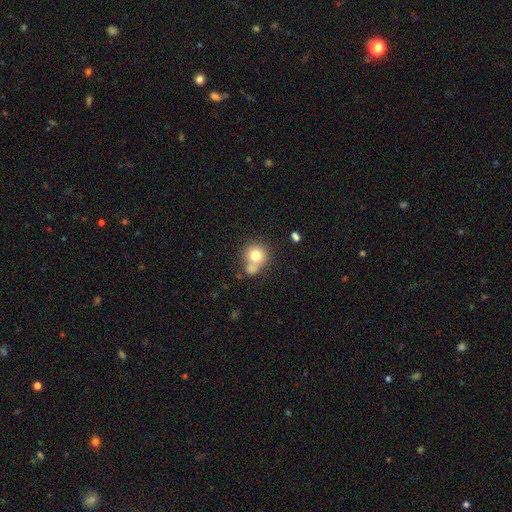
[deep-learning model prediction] Morphology: type=smooth (76%); roundness=round (84%); merging=none (45%).